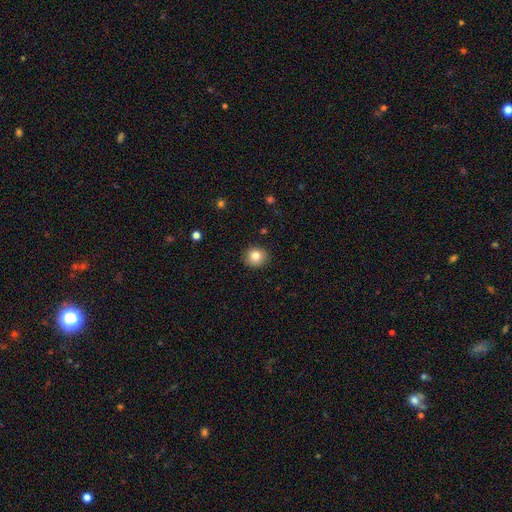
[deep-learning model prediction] smooth-or-featured: smooth: 82% | star or artifact: 10% | featured or disk: 8%
  how-rounded: round: 83% | in between: 16% | cigar-shaped: 1%
  merging: none: 90% | minor disturbance: 7% | major disturbance: 2% | merger: 1%